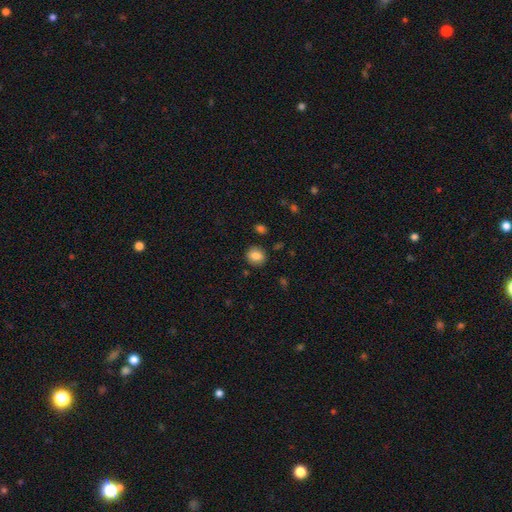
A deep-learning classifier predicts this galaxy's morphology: Q: Smooth or featured?
A: smooth (84%); runner-up: star or artifact (9%)
Q: How rounded?
A: round (70%); runner-up: in between (29%)
Q: Merging?
A: none (87%); runner-up: minor disturbance (9%)